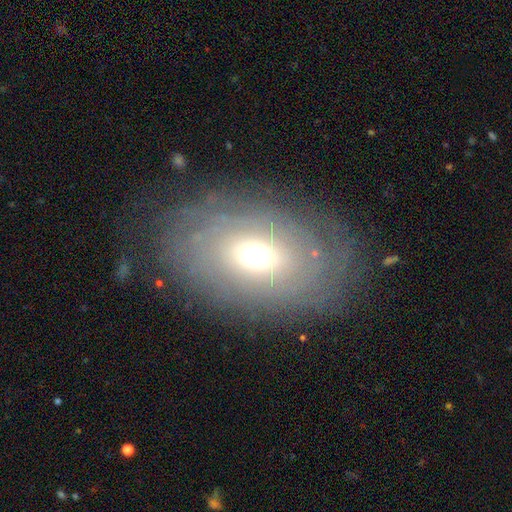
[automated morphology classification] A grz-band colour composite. It shows a featured or disk galaxy (51%). Merging: none (71%).